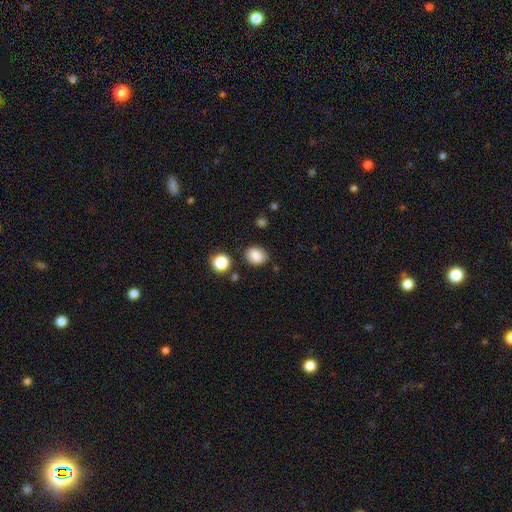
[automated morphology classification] A smooth galaxy with no disk features (85%) that is in between round and cigar-shaped (53%). Merging: none (80%).